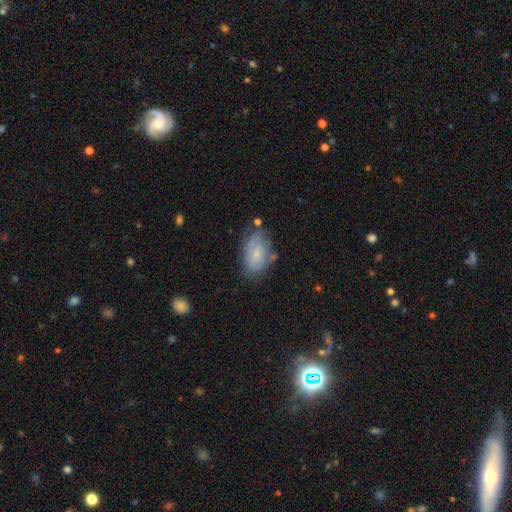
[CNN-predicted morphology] A smooth galaxy with no disk features (46%, tied with featured or disk). Merging: none (59%).